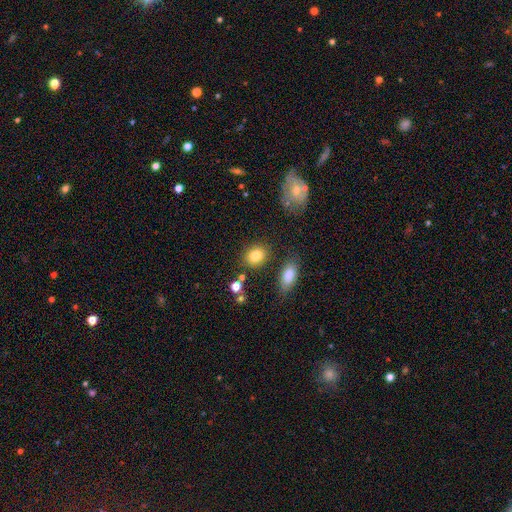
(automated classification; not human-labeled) smooth_or_featured: smooth (p=0.83) [alt: star or artifact p=0.10]
how_rounded: in between (p=0.51) [alt: round p=0.47]
merging: none (p=0.81) [alt: minor disturbance p=0.11]